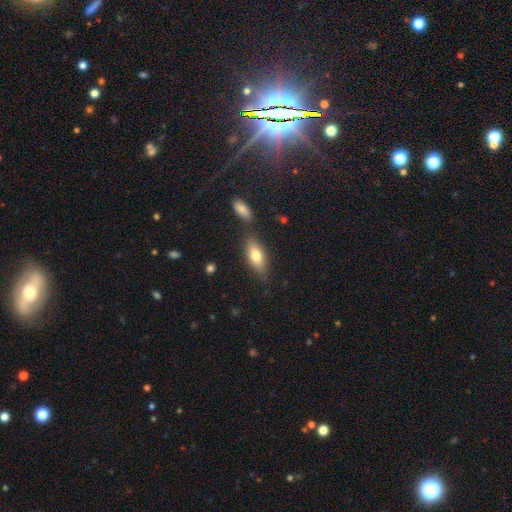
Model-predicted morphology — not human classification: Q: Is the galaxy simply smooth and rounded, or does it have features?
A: smooth — 75%.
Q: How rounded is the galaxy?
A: in between — 79%.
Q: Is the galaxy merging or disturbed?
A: none — 72%.